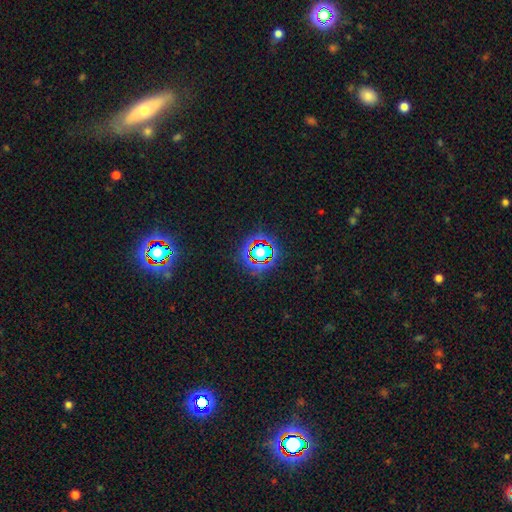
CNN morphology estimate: Q: Smooth or featured?
A: star or artifact (78%); runner-up: smooth (13%)